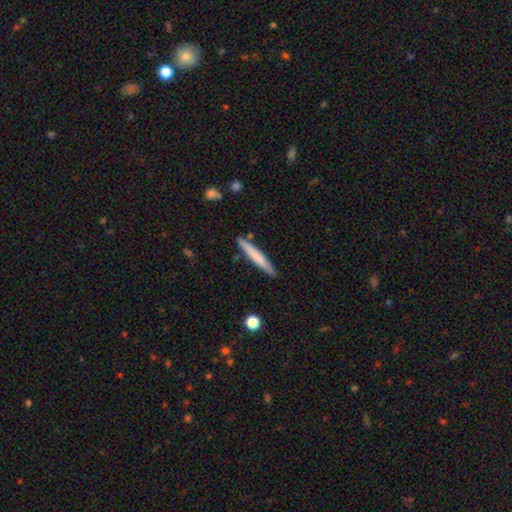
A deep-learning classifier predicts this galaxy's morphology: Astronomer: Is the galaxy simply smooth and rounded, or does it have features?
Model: smooth — 68%.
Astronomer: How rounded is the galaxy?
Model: cigar-shaped — 95%.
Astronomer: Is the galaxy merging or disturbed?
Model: none — 87%.